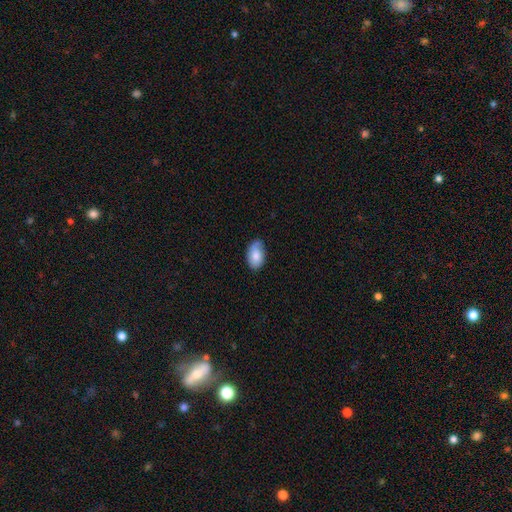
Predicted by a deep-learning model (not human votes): This appears to be a smooth galaxy with no disk features (75%) that is in between round and cigar-shaped (92%). Merging: none (68%).